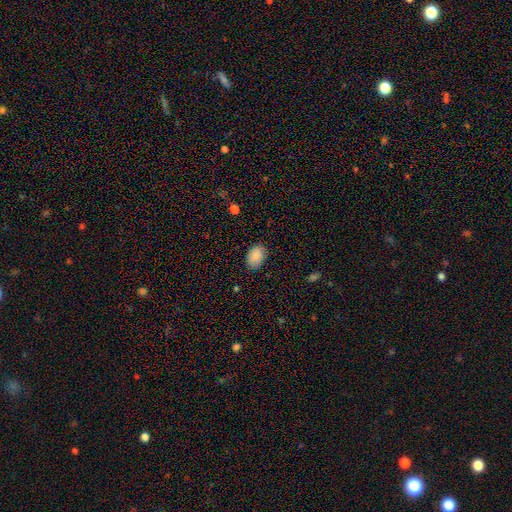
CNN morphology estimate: A smooth galaxy with no disk features (84%) that is in between round and cigar-shaped (86%).

Vote fractions:
- Smooth or featured? smooth: 84% / featured or disk: 8% / star or artifact: 7%
- How rounded? in between: 86% / round: 13% / cigar-shaped: 1%
- Merging? none: 83% / minor disturbance: 13% / major disturbance: 3% / merger: 1%